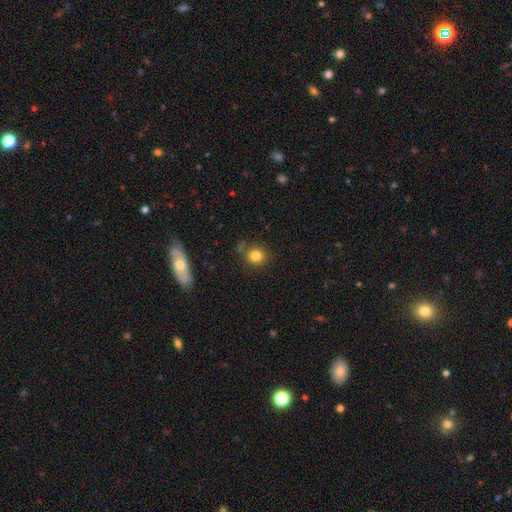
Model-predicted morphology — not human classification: type=smooth (82%); roundness=round (84%); merging=none (79%).